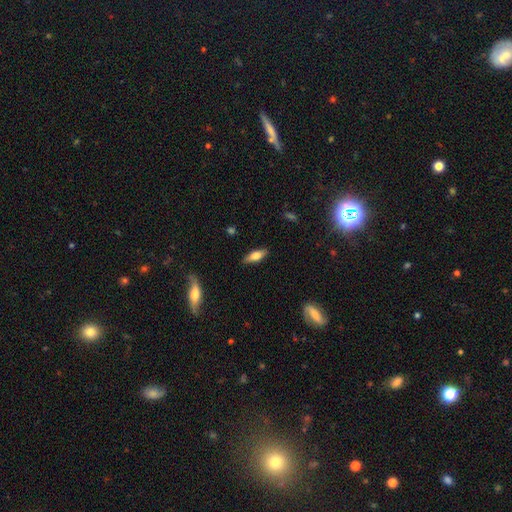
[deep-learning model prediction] This is possibly a smooth galaxy (60%). How rounded: possibly in between (58%). Merging: clearly none (87%).